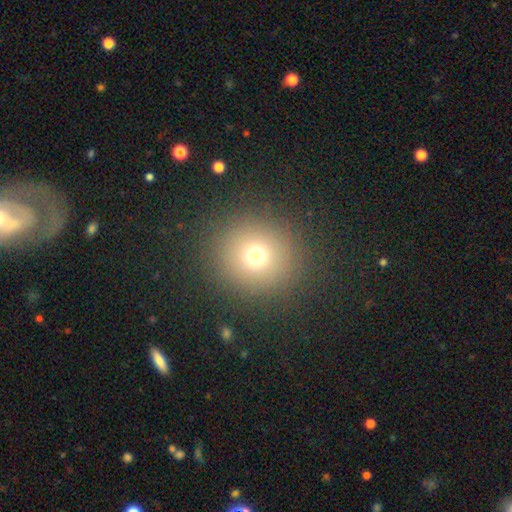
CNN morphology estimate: This appears to be a smooth galaxy with no disk features (71%) that is round (92%). Merging: none (89%).